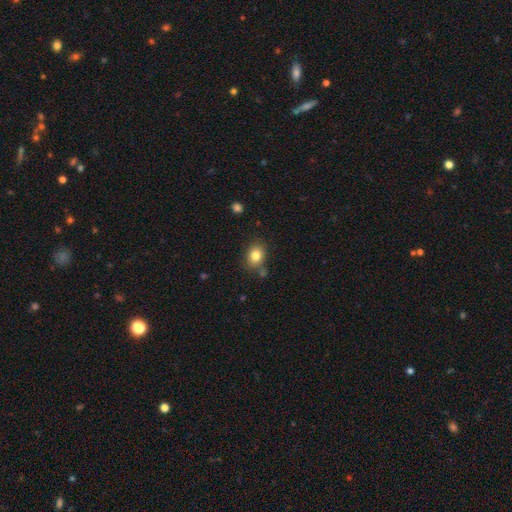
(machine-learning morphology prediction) Overall: smooth (82%). How rounded: round (51%; in between 48%). Merging: none (75%).